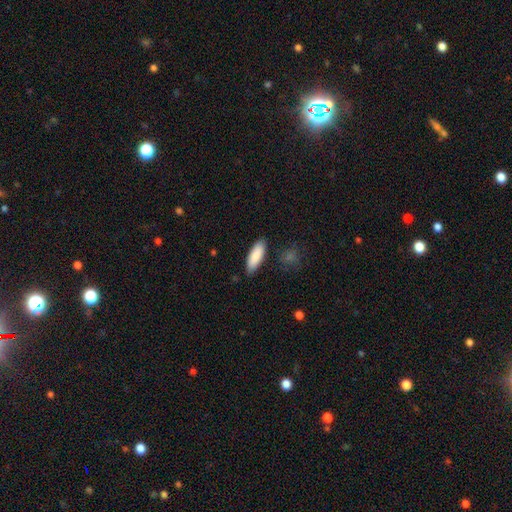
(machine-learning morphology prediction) Smooth or featured? Predicted: smooth (p=0.88). How rounded? Predicted: in between (p=0.68). Merging? Predicted: none (p=0.85).